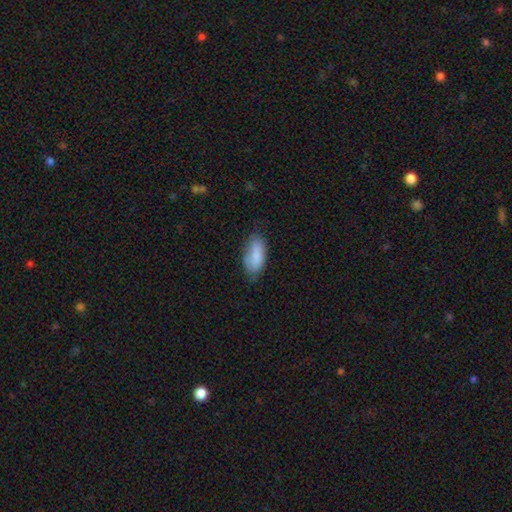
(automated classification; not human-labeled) Smooth or featured?
  - smooth: 84% *
  - featured or disk: 9%
  - star or artifact: 6%
How rounded?
  - in between: 90% *
  - cigar-shaped: 8%
  - round: 2%
Merging?
  - none: 66% *
  - minor disturbance: 27%
  - major disturbance: 6%
  - merger: 2%